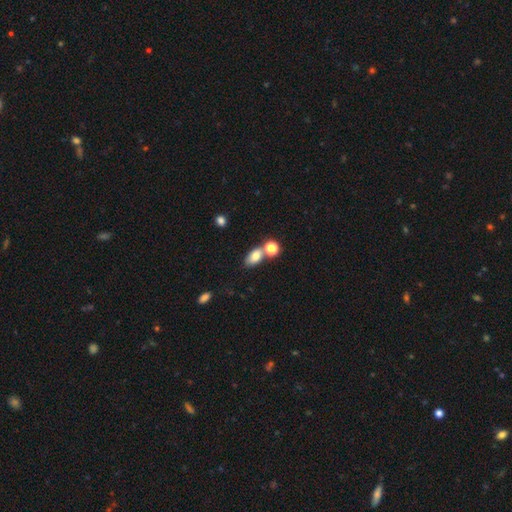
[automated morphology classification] smooth 78%, featured or disk 12%, star or artifact 10%. Down the decision tree: how rounded — in between (83%); merging — none (50%).